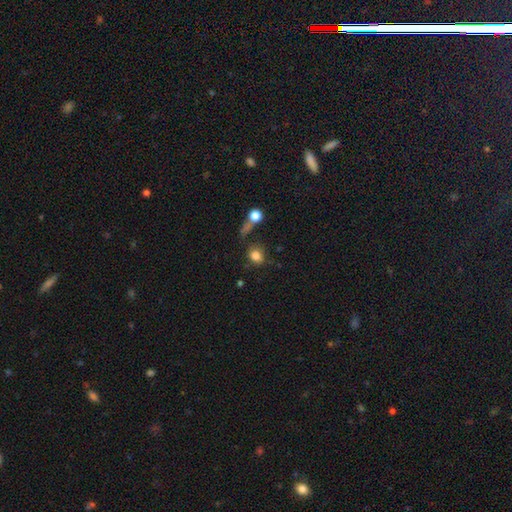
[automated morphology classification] Smooth or featured? Predicted: smooth (p=0.81). How rounded? Predicted: round (p=0.63). Merging? Predicted: none (p=0.60).